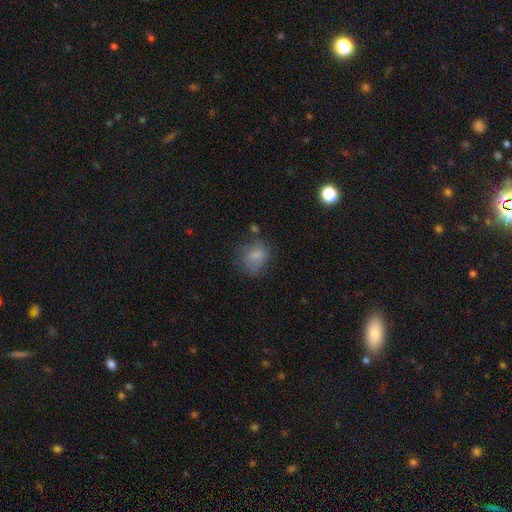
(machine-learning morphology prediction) Smooth or featured: smooth — 70% (featured or disk — 19%)
How rounded: round — 54% (in between — 45%)
Merging: none — 45% (minor disturbance — 28%)